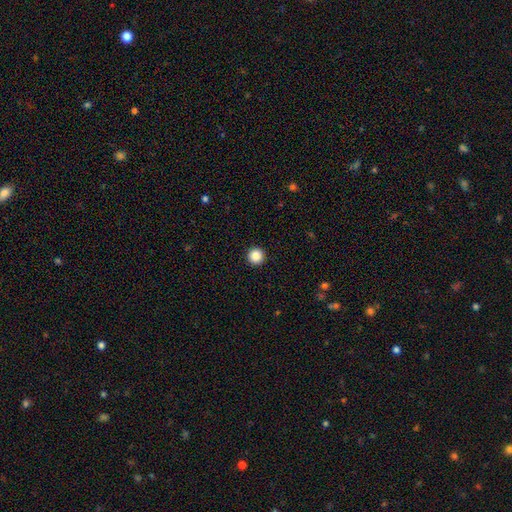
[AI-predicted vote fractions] This is clearly a smooth galaxy (86%). How rounded: clearly round (97%). Merging: clearly none (94%).